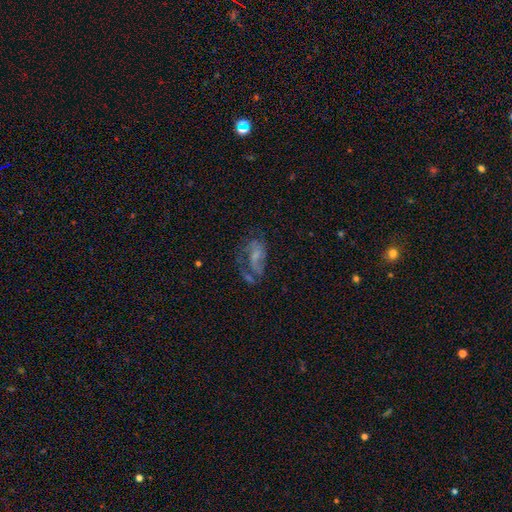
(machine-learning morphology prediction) The model was most divided on "merging": major disturbance: 36%, none: 34%, minor disturbance: 20%, merger: 9%. Remaining: edge-on disk — no (96%); spiral arms — yes (69%); smooth or featured — featured or disk (61%); bar — no (57%); bulge size — small (50%).